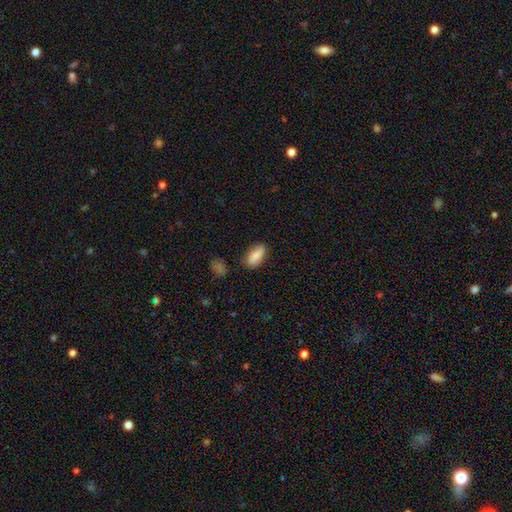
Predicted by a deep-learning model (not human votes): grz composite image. It shows a smooth galaxy with no disk features (83%) that is in between round and cigar-shaped (90%). Merging: none (78%).